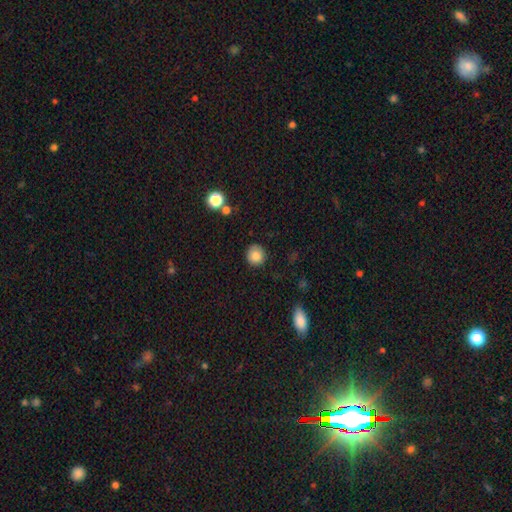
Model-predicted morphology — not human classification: Smooth or featured?
  - smooth: 84% *
  - star or artifact: 10%
  - featured or disk: 6%
How rounded?
  - round: 91% *
  - in between: 8%
  - cigar-shaped: 1%
Merging?
  - none: 86% *
  - minor disturbance: 10%
  - major disturbance: 2%
  - merger: 2%